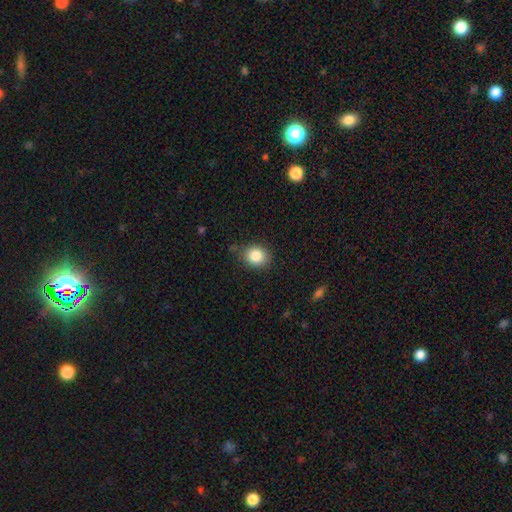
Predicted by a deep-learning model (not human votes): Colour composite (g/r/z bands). It shows a smooth galaxy with no disk features (85%) that is round (65%). Merging: none (79%).